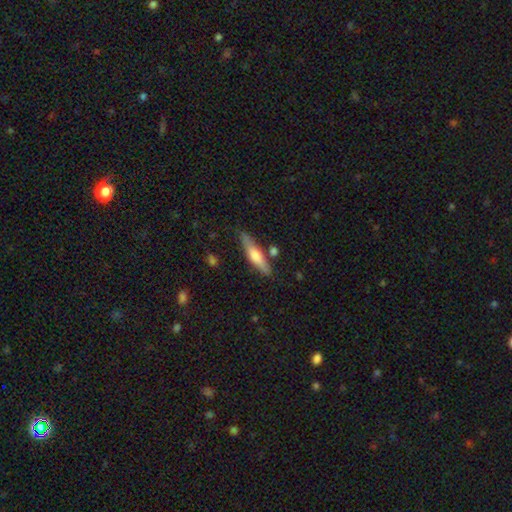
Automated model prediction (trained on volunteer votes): This is possibly a smooth galaxy (54%). How rounded: likely cigar-shaped (77%). Merging: likely none (76%).